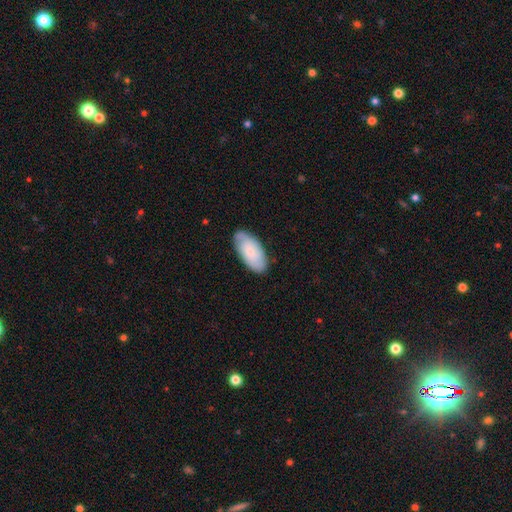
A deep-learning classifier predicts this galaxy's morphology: This is likely a smooth galaxy (71%). How rounded: clearly in between (94%). Merging: clearly none (81%).